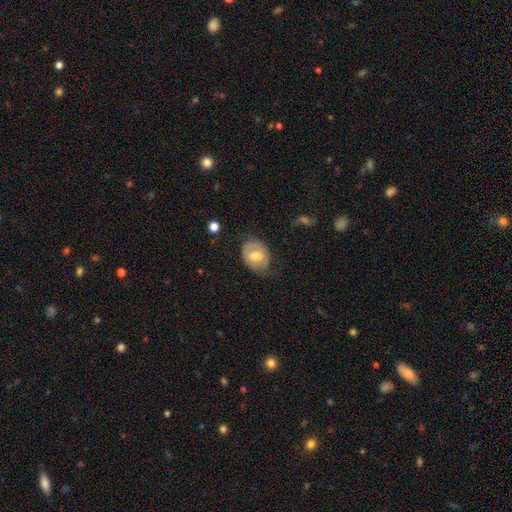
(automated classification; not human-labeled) Morphology: type=smooth (54%); roundness=in between (63%); merging=none (52%).